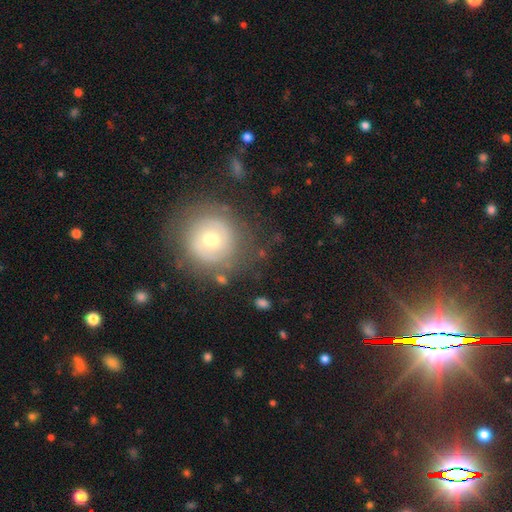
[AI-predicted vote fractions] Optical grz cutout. It shows a featured or disk galaxy (49%). Merging: none (78%).